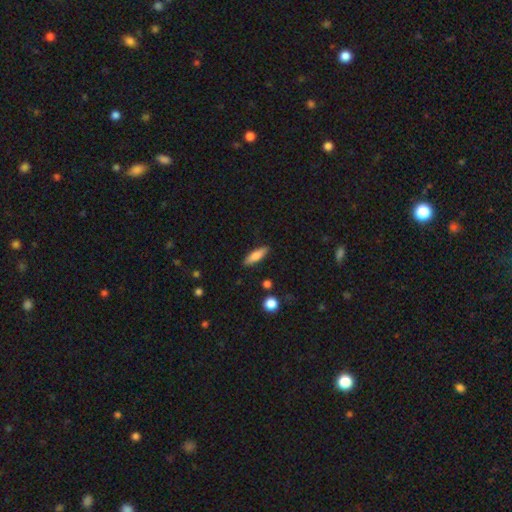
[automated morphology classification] Smooth or featured? Predicted: smooth (p=0.79). How rounded? Predicted: cigar-shaped (p=0.56). Merging? Predicted: none (p=0.87).